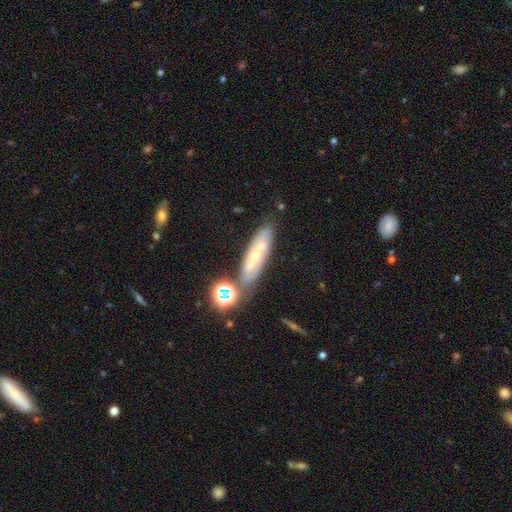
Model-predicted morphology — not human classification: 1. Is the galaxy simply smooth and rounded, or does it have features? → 63% featured or disk, 27% smooth, 10% star or artifact.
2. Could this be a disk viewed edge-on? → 62% no, 38% yes.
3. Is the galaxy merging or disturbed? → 74% none, 14% minor disturbance, 8% merger, 4% major disturbance.